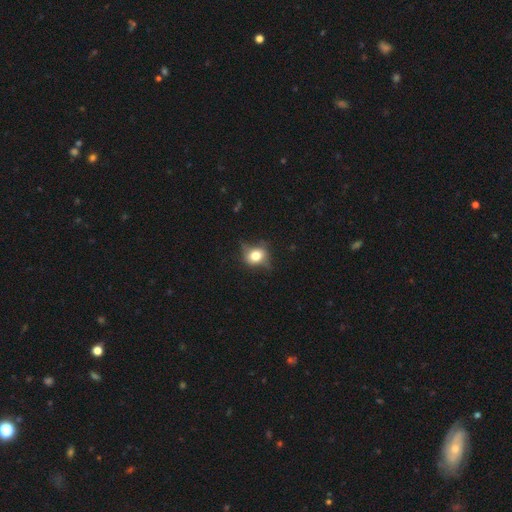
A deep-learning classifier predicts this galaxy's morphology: Smooth or featured?
  - smooth: 64% *
  - featured or disk: 24%
  - star or artifact: 12%
How rounded?
  - round: 61% *
  - in between: 37%
  - cigar-shaped: 2%
Merging?
  - none: 60% *
  - minor disturbance: 27%
  - major disturbance: 10%
  - merger: 2%